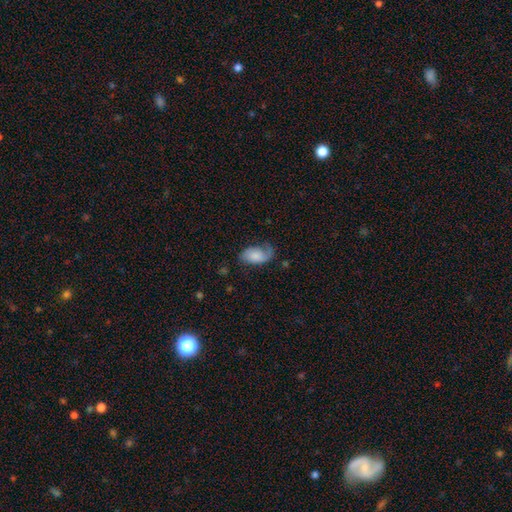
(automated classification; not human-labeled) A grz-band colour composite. It shows a smooth galaxy with no disk features (55%) that is in between round and cigar-shaped (92%). Merging: none (47%).